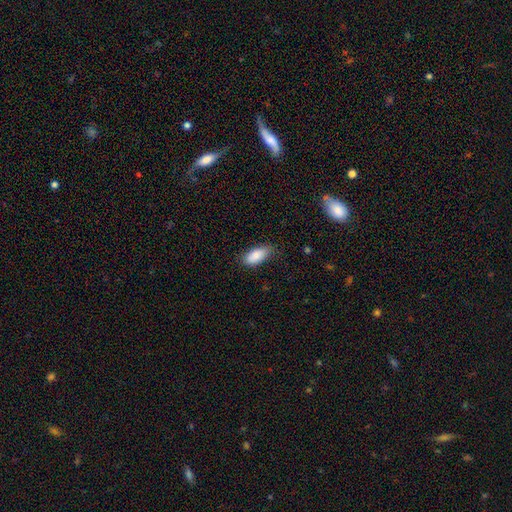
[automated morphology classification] Smooth or featured? smooth (85%)
How rounded? in between (88%)
Merging? none (70%)